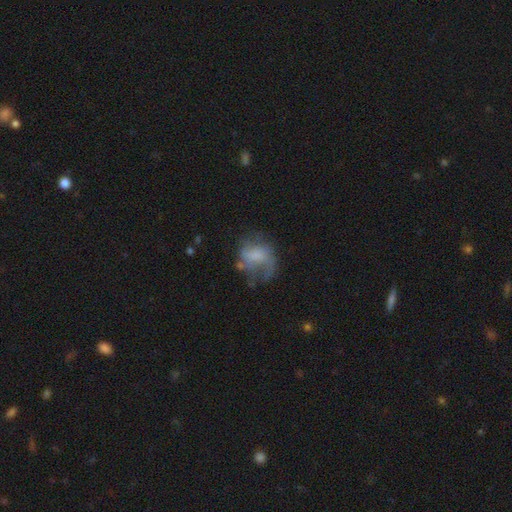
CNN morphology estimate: smooth_or_featured: featured or disk (p=0.49) [alt: smooth p=0.40]
merging: major disturbance (p=0.41) [alt: none p=0.32]